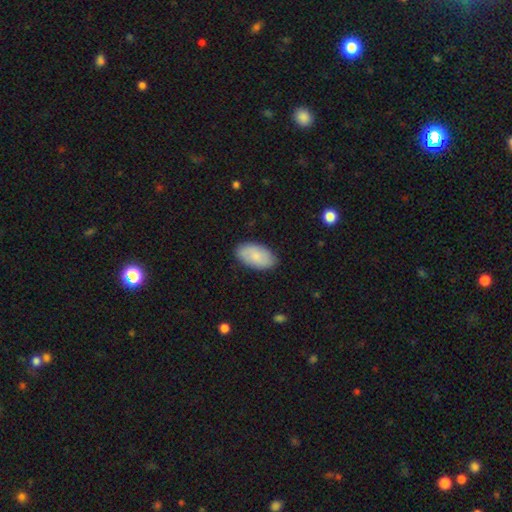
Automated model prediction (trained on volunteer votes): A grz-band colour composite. It shows a smooth galaxy with no disk features (71%) that is in between round and cigar-shaped (95%). Merging: none (83%).